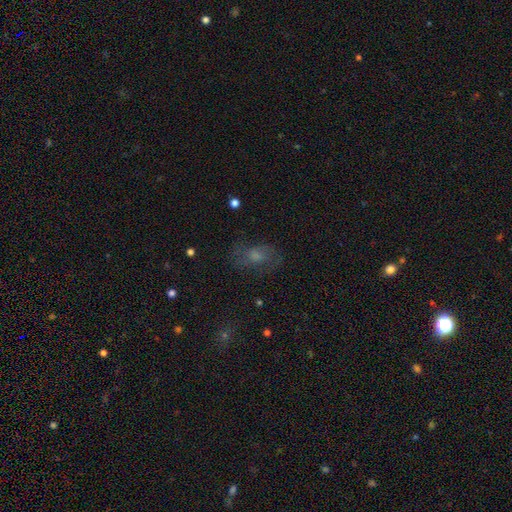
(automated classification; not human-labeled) Smooth or featured?
  - smooth: 43% *
  - featured or disk: 38%
  - star or artifact: 19%
Merging?
  - none: 65% *
  - minor disturbance: 19%
  - major disturbance: 14%
  - merger: 2%